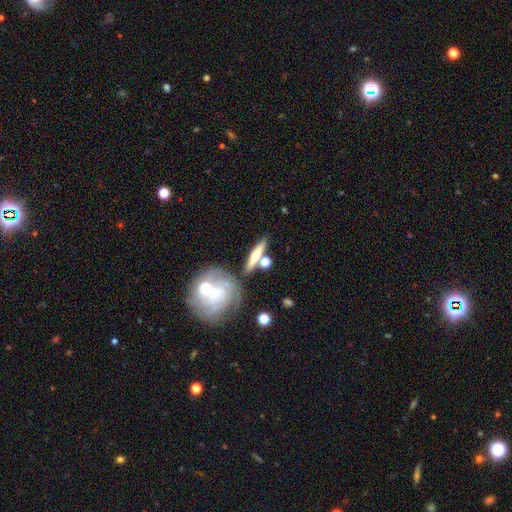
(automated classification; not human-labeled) A featured or disk galaxy (47%).

Vote fractions:
- Smooth or featured? featured or disk: 47% / smooth: 44% / star or artifact: 9%
- Merging? none: 68% / merger: 18% / minor disturbance: 10% / major disturbance: 4%